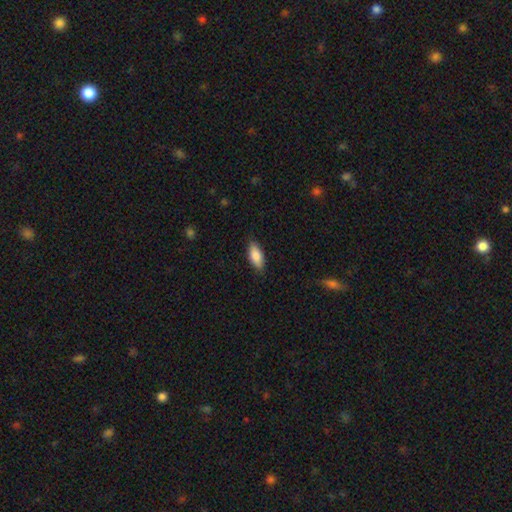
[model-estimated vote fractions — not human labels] Smooth or featured?
  - smooth: 86% *
  - featured or disk: 8%
  - star or artifact: 6%
How rounded?
  - in between: 81% *
  - cigar-shaped: 17%
  - round: 2%
Merging?
  - none: 85% *
  - minor disturbance: 11%
  - major disturbance: 2%
  - merger: 1%